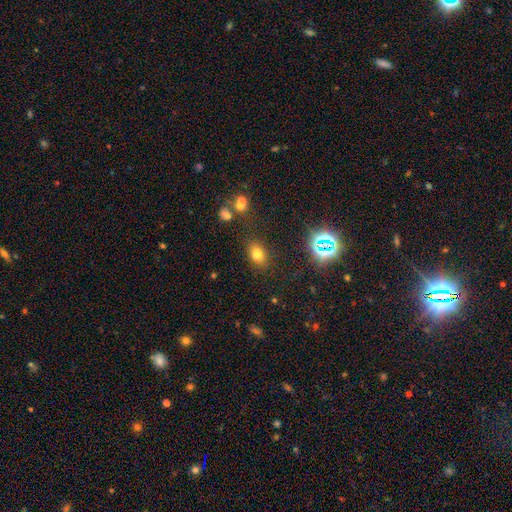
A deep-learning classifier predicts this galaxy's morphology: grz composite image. It shows a smooth galaxy with no disk features (72%) that is in between round and cigar-shaped (73%). Merging: none (81%).